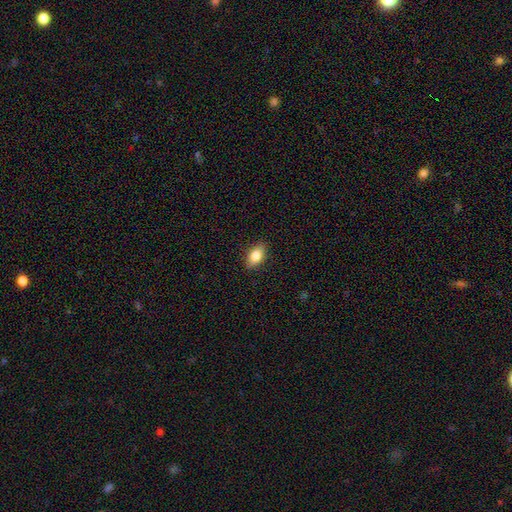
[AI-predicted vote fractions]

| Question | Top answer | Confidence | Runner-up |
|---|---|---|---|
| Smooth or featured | smooth | 81% | featured or disk (12%) |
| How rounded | in between | 88% | round (6%) |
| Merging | none | 87% | minor disturbance (10%) |